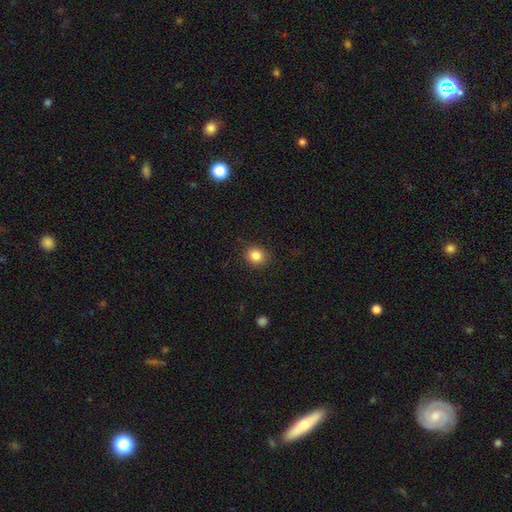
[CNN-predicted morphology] This is clearly a smooth galaxy (84%). How rounded: likely round (79%). Merging: clearly none (89%).